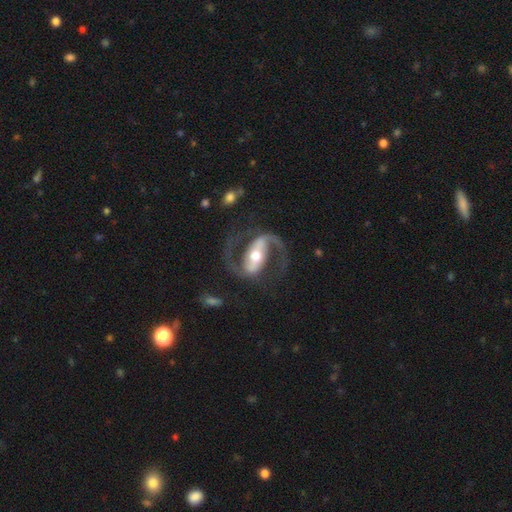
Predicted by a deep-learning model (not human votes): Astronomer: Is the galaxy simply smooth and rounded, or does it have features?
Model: featured or disk — 93%.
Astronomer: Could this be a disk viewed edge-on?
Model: no — 97%.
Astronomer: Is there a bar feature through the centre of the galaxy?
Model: strong — 64%.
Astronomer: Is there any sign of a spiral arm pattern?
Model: yes — 97%.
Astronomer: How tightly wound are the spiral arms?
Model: medium — 57%.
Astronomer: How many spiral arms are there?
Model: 2 — 94%.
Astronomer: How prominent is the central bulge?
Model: moderate — 66%.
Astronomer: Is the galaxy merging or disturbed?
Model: none — 77%.